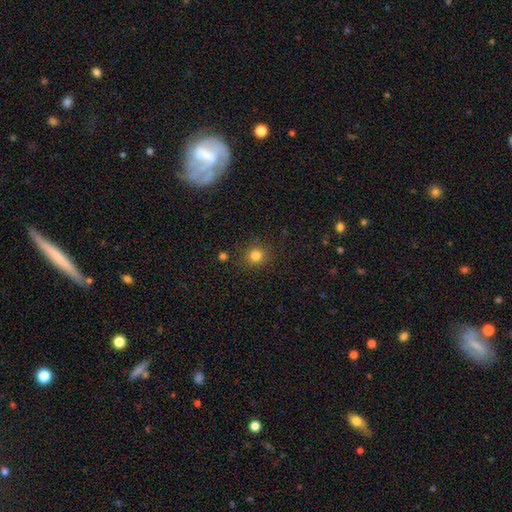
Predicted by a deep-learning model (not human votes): Q: Smooth or featured?
A: smooth (81%); runner-up: star or artifact (14%)
Q: How rounded?
A: round (86%); runner-up: in between (13%)
Q: Merging?
A: none (87%); runner-up: minor disturbance (8%)